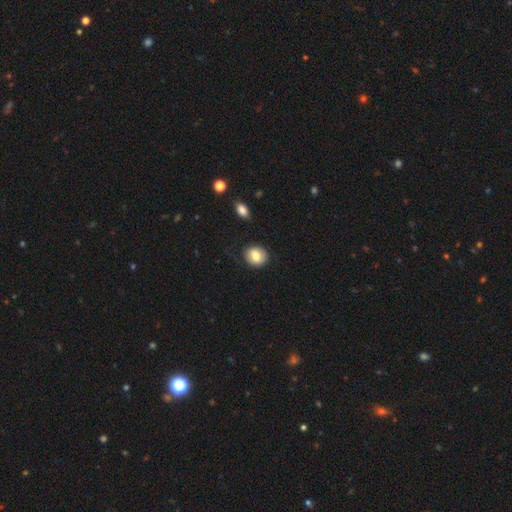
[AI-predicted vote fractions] Morphology: type=smooth (81%); roundness=round (68%); merging=none (84%).